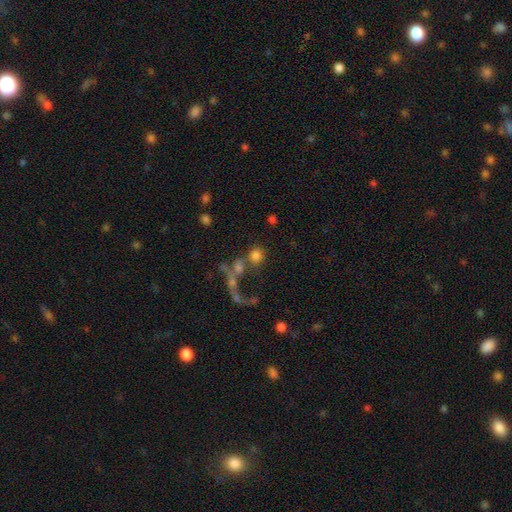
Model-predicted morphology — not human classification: This appears to be a smooth galaxy with no disk features (71%) that is round (83%). Merging: none (44%).